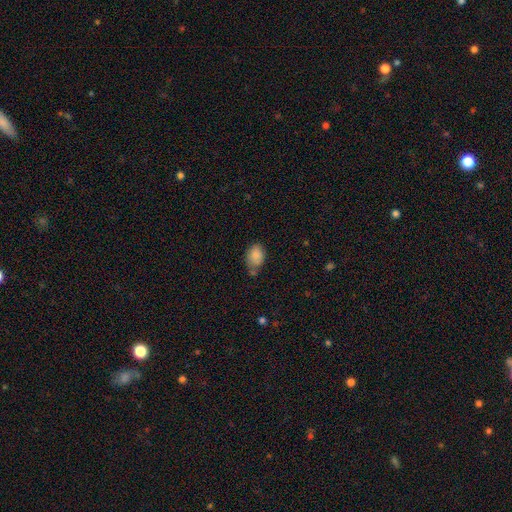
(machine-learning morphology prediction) This is clearly a smooth galaxy (84%). How rounded: likely in between (79%). Merging: possibly none (58%).